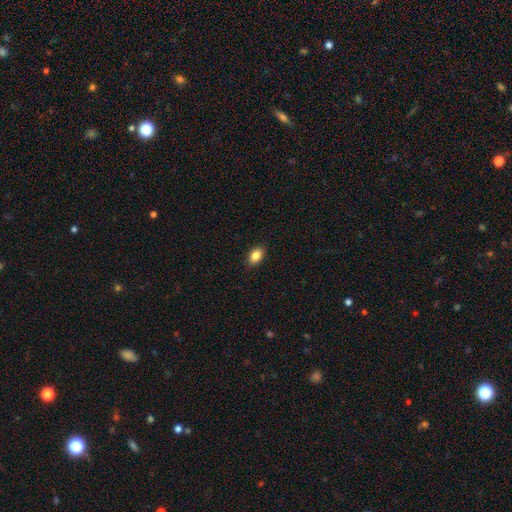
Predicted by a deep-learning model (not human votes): Overall: smooth (86%). How rounded: in between (83%). Merging: none (90%).